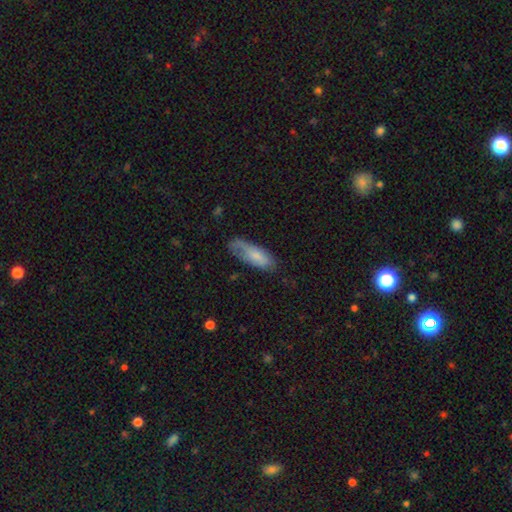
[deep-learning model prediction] Smooth or featured: smooth — 70% (featured or disk — 24%)
How rounded: in between — 72% (cigar-shaped — 26%)
Merging: none — 53% (minor disturbance — 31%)